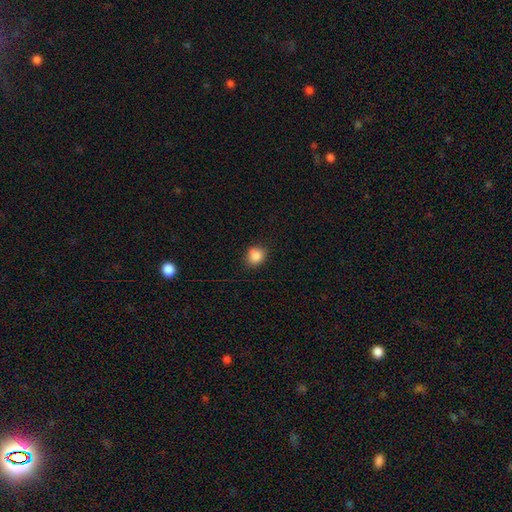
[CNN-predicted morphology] Overall: smooth (86%). How rounded: round (73%). Merging: none (79%).